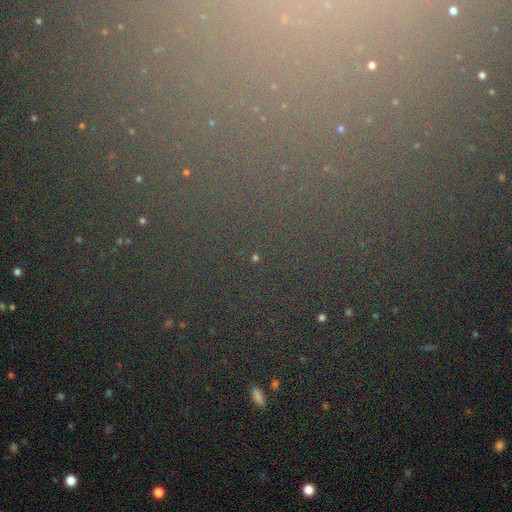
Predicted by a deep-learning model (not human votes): Smooth or featured? Predicted: star or artifact (p=0.75).